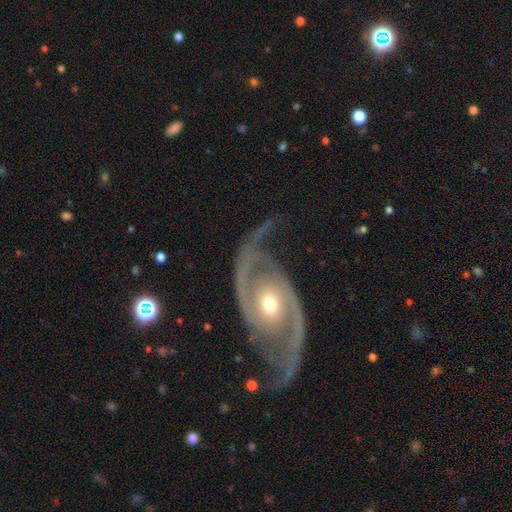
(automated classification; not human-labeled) Smooth or featured? featured or disk (93%)
Edge-on disk? no (97%)
Bar? no (59%)
Spiral arms? yes (98%)
Spiral winding? medium (53%)
Spiral arm count? 2 (93%)
Bulge size? moderate (64%)
Merging? none (77%)